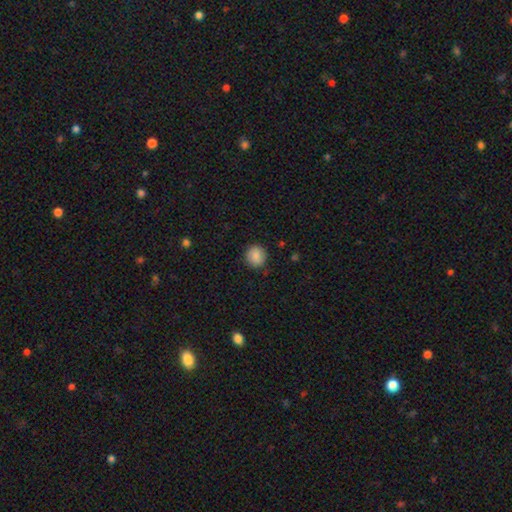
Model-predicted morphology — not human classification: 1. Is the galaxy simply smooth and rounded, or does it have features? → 86% smooth, 8% star or artifact, 6% featured or disk.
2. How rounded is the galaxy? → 88% round, 12% in between, 1% cigar-shaped.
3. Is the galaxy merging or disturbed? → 87% none, 9% minor disturbance, 2% major disturbance, 1% merger.